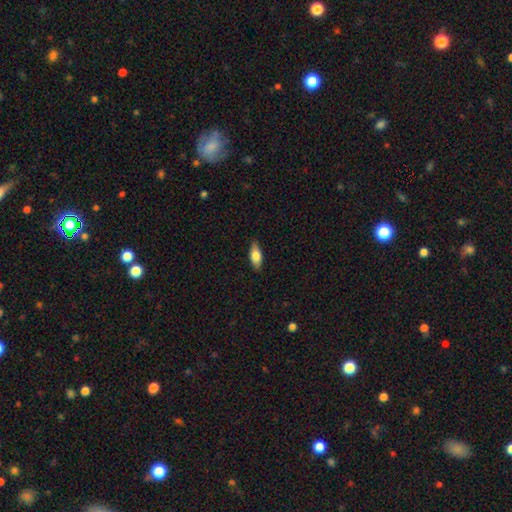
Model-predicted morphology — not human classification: smooth 75%, featured or disk 19%, star or artifact 6%. Down the decision tree: how rounded — in between (80%); merging — none (87%).